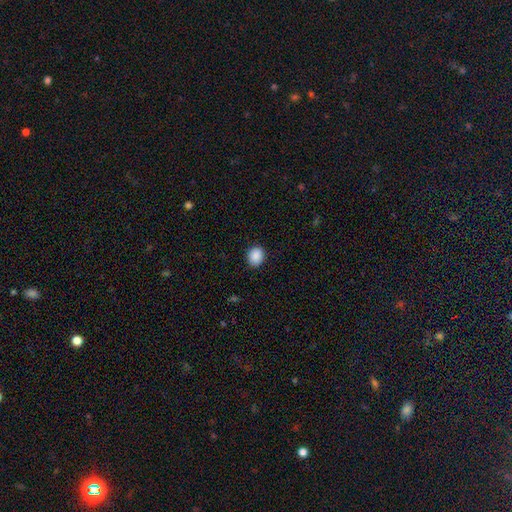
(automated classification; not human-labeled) Smooth or featured?
  - smooth: 89% *
  - star or artifact: 8%
  - featured or disk: 3%
How rounded?
  - round: 66% *
  - in between: 34%
  - cigar-shaped: 1%
Merging?
  - none: 90% *
  - minor disturbance: 7%
  - major disturbance: 2%
  - merger: 1%